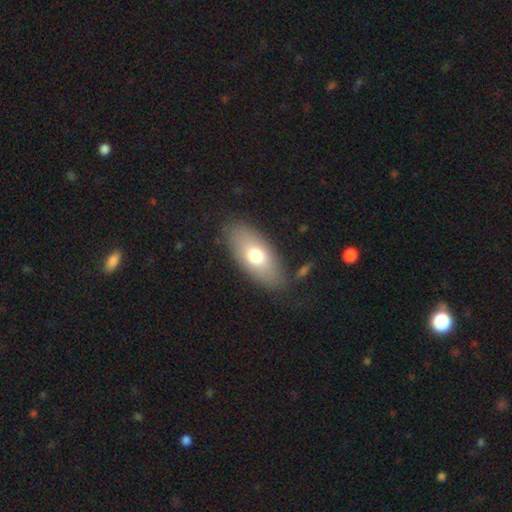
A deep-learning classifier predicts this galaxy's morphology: smooth_or_featured: smooth (p=0.71) [alt: featured or disk p=0.22]
how_rounded: in between (p=0.88) [alt: cigar-shaped p=0.08]
merging: none (p=0.81) [alt: minor disturbance p=0.12]